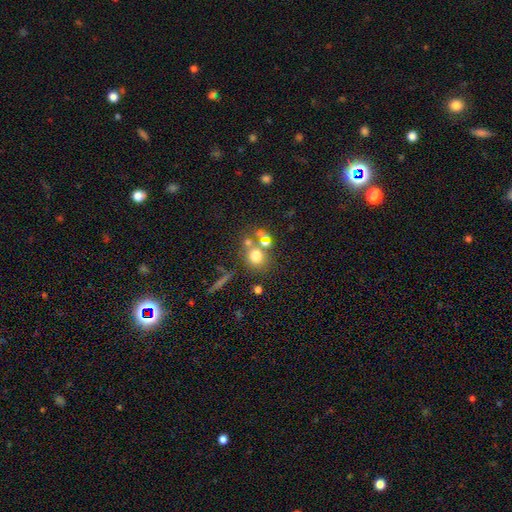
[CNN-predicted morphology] Smooth or featured?
  - smooth: 67% *
  - featured or disk: 17%
  - star or artifact: 16%
How rounded?
  - round: 75% *
  - in between: 23%
  - cigar-shaped: 2%
Merging?
  - none: 52% *
  - merger: 29%
  - minor disturbance: 11%
  - major disturbance: 7%